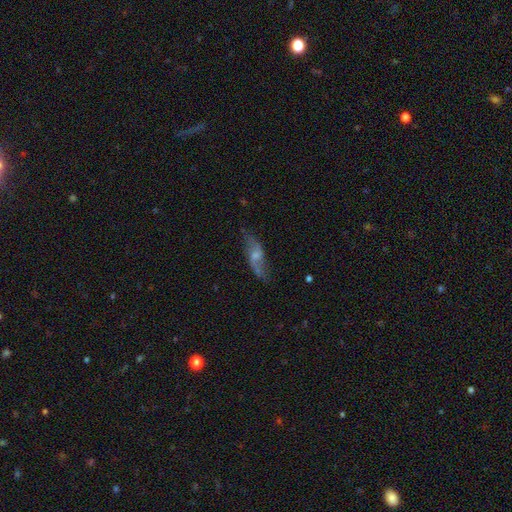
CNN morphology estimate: The model was most divided on "smooth or featured": featured or disk: 61%, smooth: 31%, star or artifact: 8%. More confident: edge-on disk — no (77%); merging — none (67%).